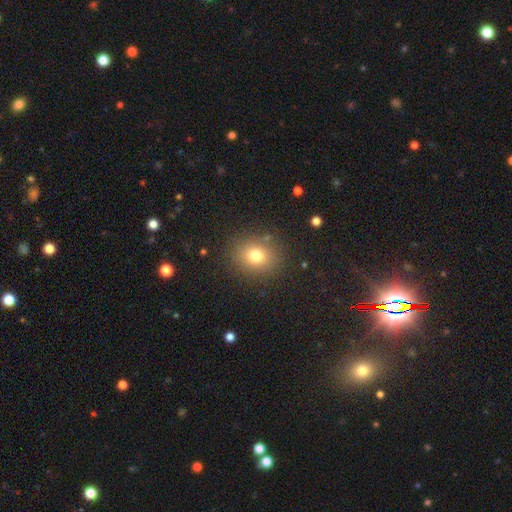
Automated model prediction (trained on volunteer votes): Smooth or featured? Predicted: smooth (p=0.76). How rounded? Predicted: round (p=0.66). Merging? Predicted: none (p=0.86).